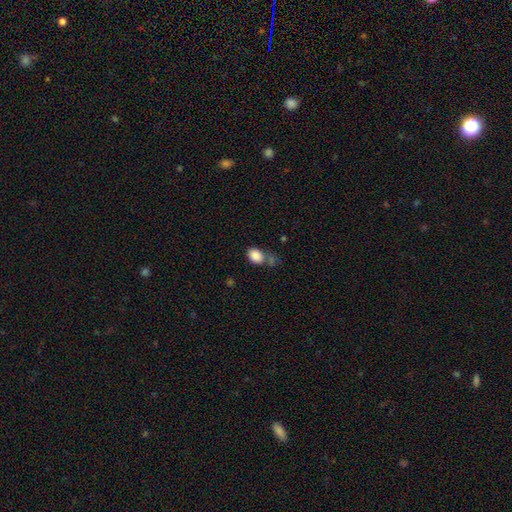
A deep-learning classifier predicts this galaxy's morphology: smooth_or_featured: smooth (p=0.86) [alt: star or artifact p=0.09]
how_rounded: in between (p=0.74) [alt: round p=0.25]
merging: none (p=0.52) [alt: merger p=0.21]